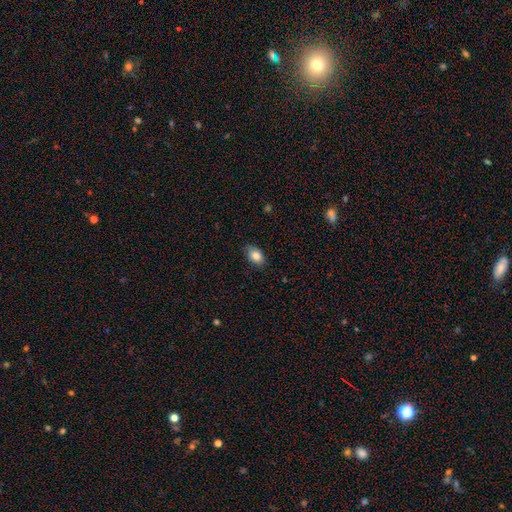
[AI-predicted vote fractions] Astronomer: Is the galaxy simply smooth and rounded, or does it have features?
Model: smooth — 84%.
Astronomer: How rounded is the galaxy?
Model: in between — 83%.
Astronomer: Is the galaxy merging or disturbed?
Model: none — 79%.